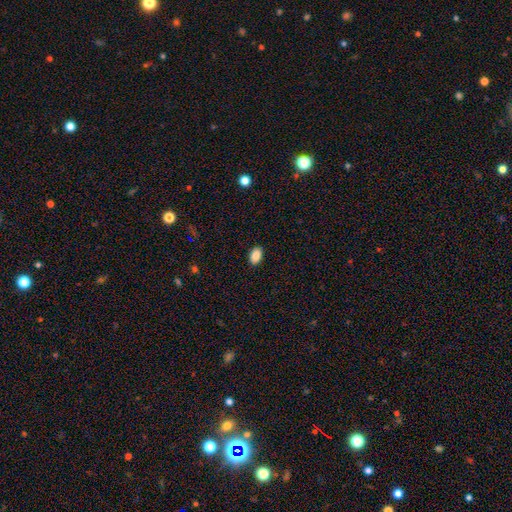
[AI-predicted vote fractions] smooth_or_featured: smooth (p=0.88) [alt: star or artifact p=0.08]
how_rounded: in between (p=0.89) [alt: round p=0.09]
merging: none (p=0.89) [alt: minor disturbance p=0.08]